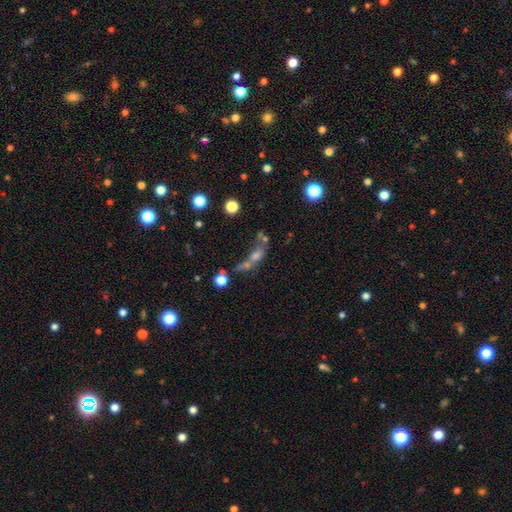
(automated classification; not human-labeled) Smooth or featured: smooth — 48% (featured or disk — 28%)
Merging: merger — 47% (none — 28%)